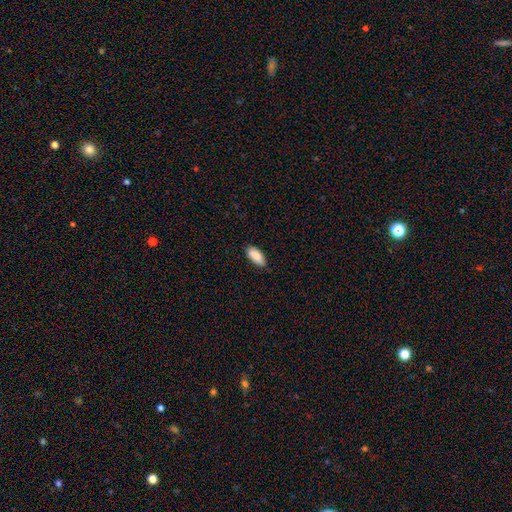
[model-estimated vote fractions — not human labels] This is clearly a smooth galaxy (89%). How rounded: clearly in between (85%). Merging: likely none (79%).